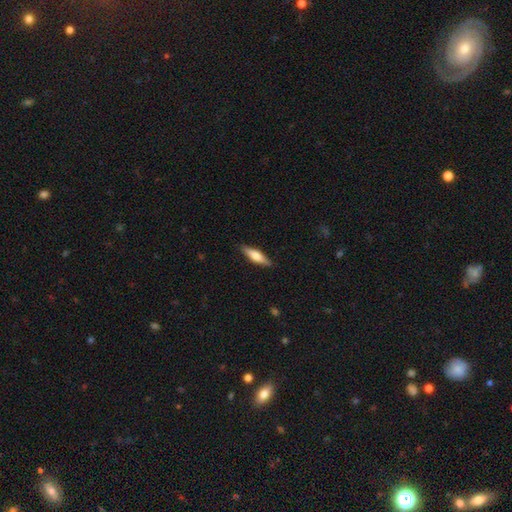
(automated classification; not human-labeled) This appears to be a smooth galaxy with no disk features (54%) that is cigar-shaped (66%). Merging: none (88%).